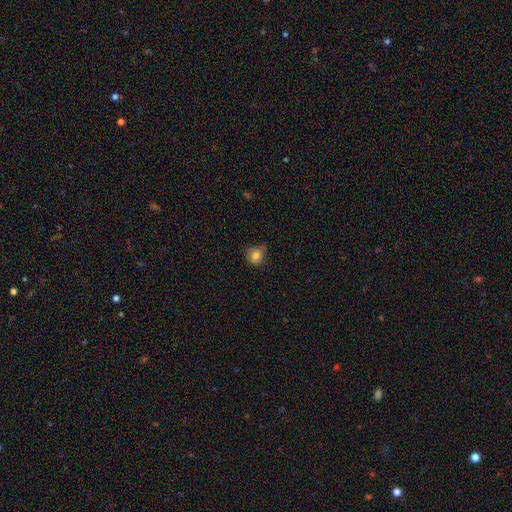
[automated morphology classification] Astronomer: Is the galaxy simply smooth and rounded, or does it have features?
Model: smooth — 79%.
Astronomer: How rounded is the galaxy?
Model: round — 85%.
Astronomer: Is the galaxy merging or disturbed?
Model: none — 69%.